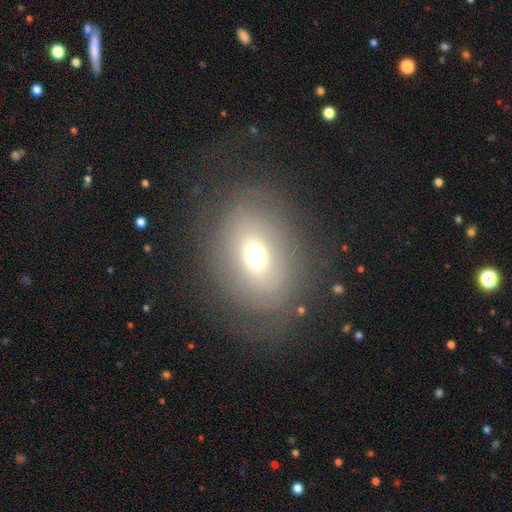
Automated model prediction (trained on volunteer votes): Smooth or featured: smooth — 57% (featured or disk — 26%)
How rounded: in between — 56% (round — 42%)
Merging: none — 67% (minor disturbance — 17%)